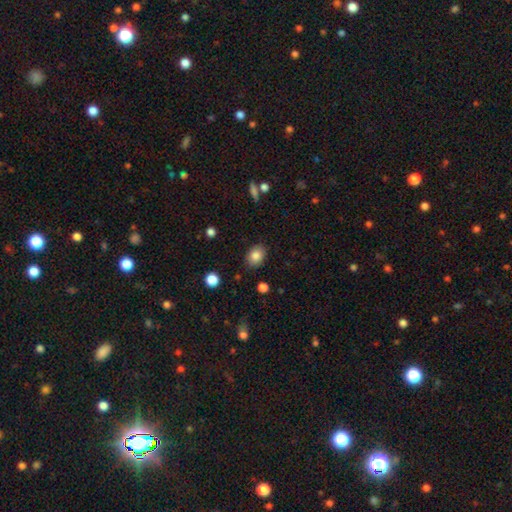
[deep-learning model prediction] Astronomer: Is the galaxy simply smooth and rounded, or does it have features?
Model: smooth — 84%.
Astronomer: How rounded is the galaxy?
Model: in between — 64%.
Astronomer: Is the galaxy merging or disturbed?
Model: none — 85%.